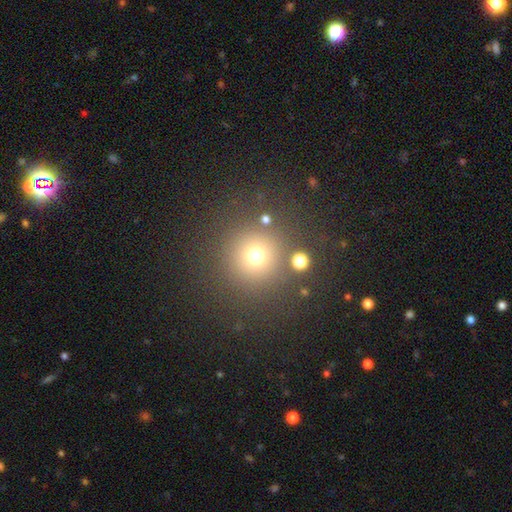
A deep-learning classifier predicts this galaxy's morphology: smooth_or_featured: smooth (p=0.70) [alt: star or artifact p=0.21]
how_rounded: round (p=0.95) [alt: in between p=0.04]
merging: none (p=0.84) [alt: minor disturbance p=0.07]